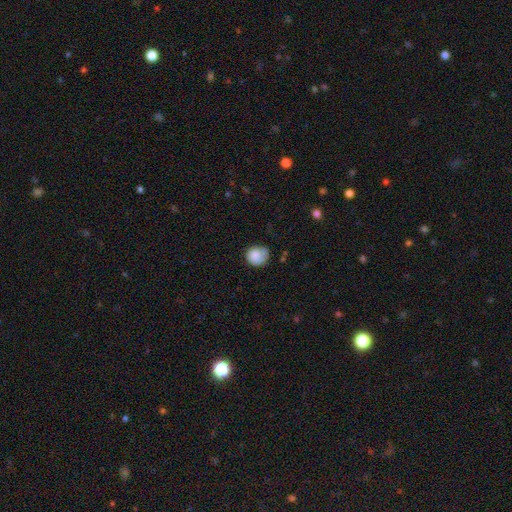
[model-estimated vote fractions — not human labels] Overall: smooth (81%). How rounded: round (76%). Merging: none (55%; minor disturbance 33%).